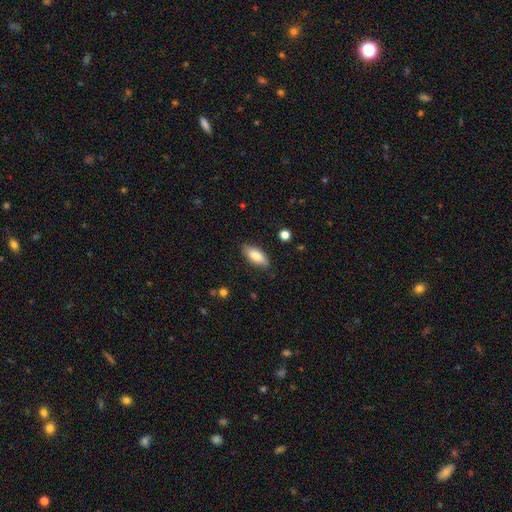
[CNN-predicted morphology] Q: Smooth or featured?
A: smooth (80%); runner-up: featured or disk (13%)
Q: How rounded?
A: in between (79%); runner-up: cigar-shaped (19%)
Q: Merging?
A: none (84%); runner-up: minor disturbance (13%)